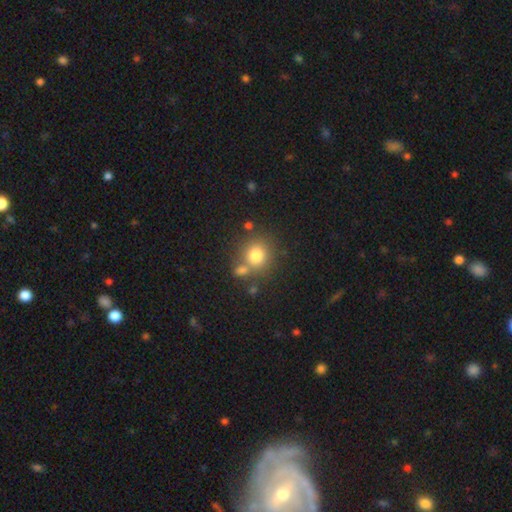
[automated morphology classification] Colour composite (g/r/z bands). It shows a smooth galaxy with no disk features (78%) that is round (87%). Merging: none (66%).